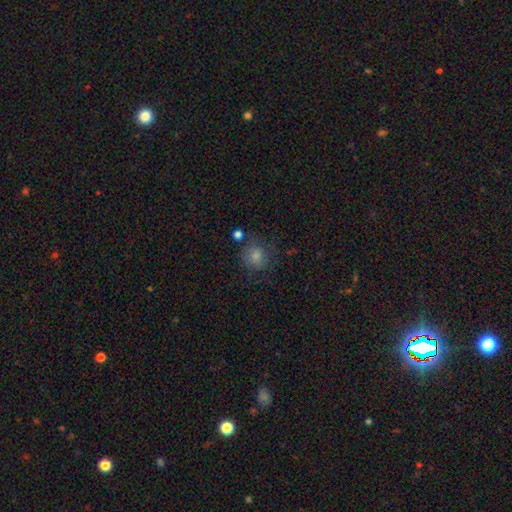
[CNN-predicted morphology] Smooth or featured: smooth — 62% (star or artifact — 21%)
How rounded: round — 84% (in between — 15%)
Merging: none — 73% (minor disturbance — 16%)